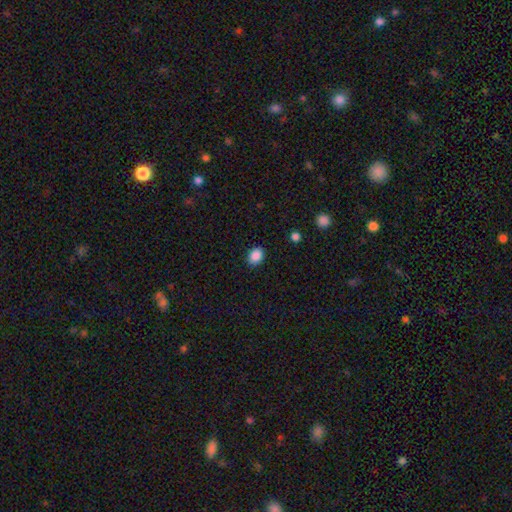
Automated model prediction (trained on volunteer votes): Smooth or featured? Predicted: smooth (p=0.88). How rounded? Predicted: in between (p=0.64). Merging? Predicted: none (p=0.87).